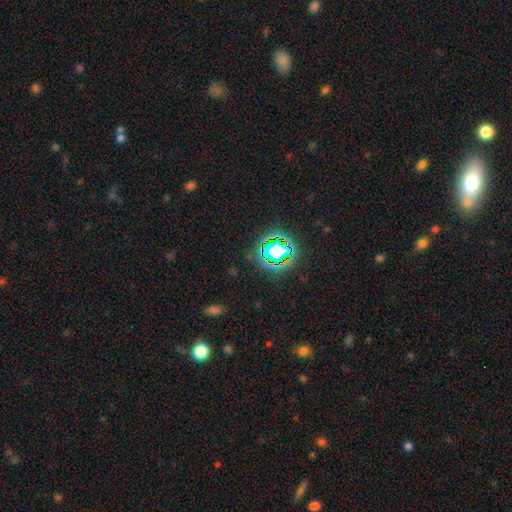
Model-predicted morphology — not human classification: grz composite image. It shows a star or artifact, not a galaxy (76%).